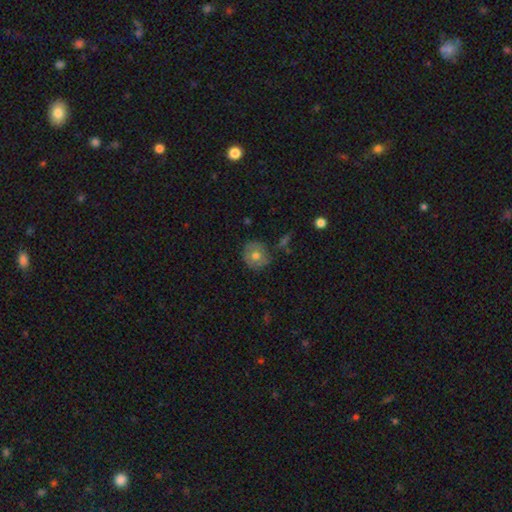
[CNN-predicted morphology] The model was most divided on "smooth or featured": smooth: 66%, featured or disk: 26%, star or artifact: 9%. More confident: how rounded — round (86%); merging — none (77%).